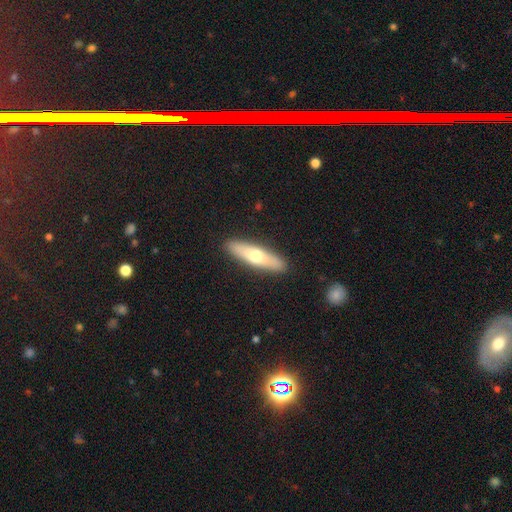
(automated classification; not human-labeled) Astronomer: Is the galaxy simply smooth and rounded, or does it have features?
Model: smooth — 56% (runner-up: featured or disk, 38%).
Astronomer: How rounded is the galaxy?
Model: cigar-shaped — 74%.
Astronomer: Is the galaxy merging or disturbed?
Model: none — 90%.